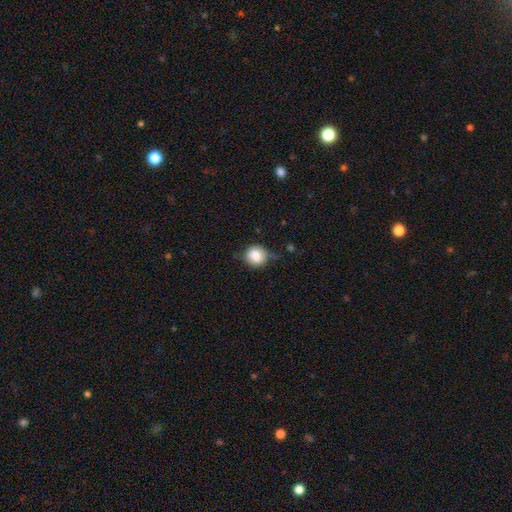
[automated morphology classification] smooth 81%, featured or disk 10%, star or artifact 9%. Down the decision tree: how rounded — round (81%); merging — none (56%).